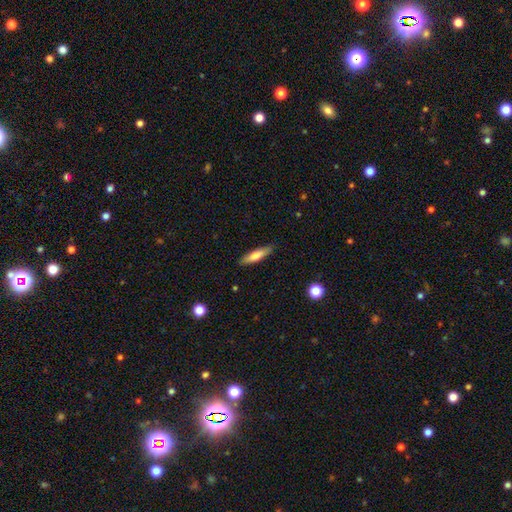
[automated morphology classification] The model was most divided on "smooth or featured": smooth: 71%, featured or disk: 23%, star or artifact: 6%. More confident: merging — none (87%); how rounded — cigar-shaped (79%).